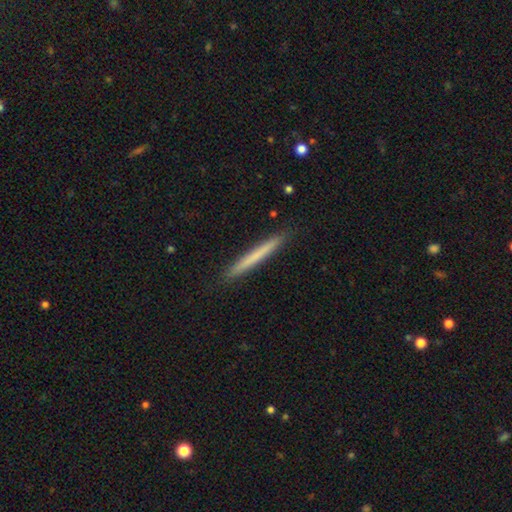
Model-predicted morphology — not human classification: A smooth galaxy with no disk features (65%) that is cigar-shaped (97%).

Vote fractions:
- Smooth or featured? smooth: 65% / featured or disk: 29% / star or artifact: 6%
- How rounded? cigar-shaped: 97% / in between: 2% / round: 1%
- Merging? none: 92% / minor disturbance: 6% / major disturbance: 1% / merger: 1%